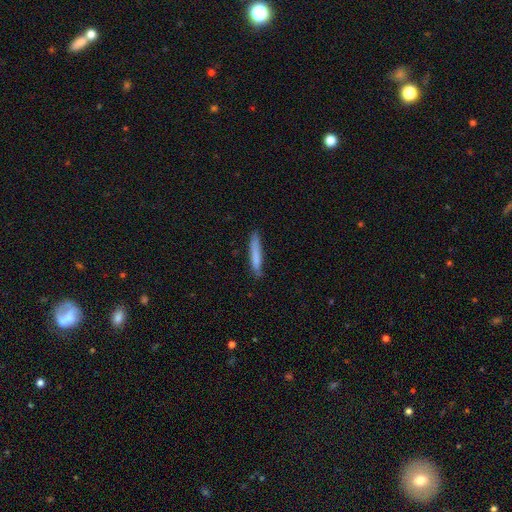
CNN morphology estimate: Overall: smooth (76%). How rounded: cigar-shaped (94%). Merging: none (82%).